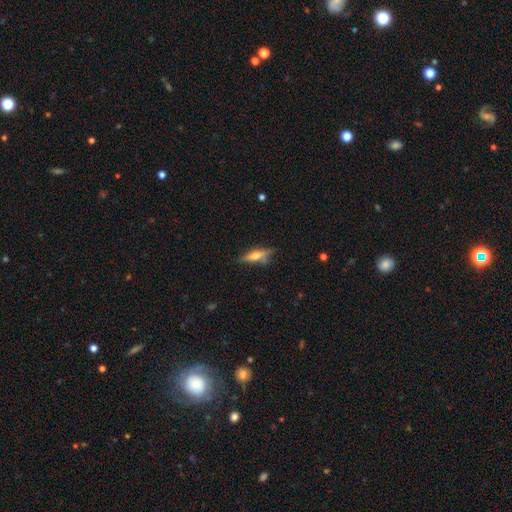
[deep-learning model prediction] A featured or disk galaxy (50%). Merging: none (74%).